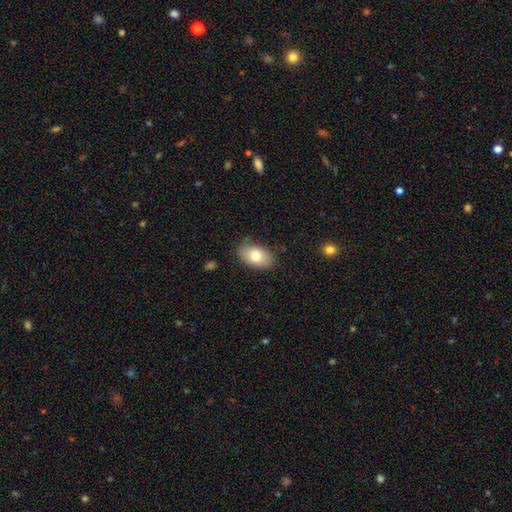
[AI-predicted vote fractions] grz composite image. It shows a smooth galaxy with no disk features (79%) that is in between round and cigar-shaped (92%). Merging: none (81%).